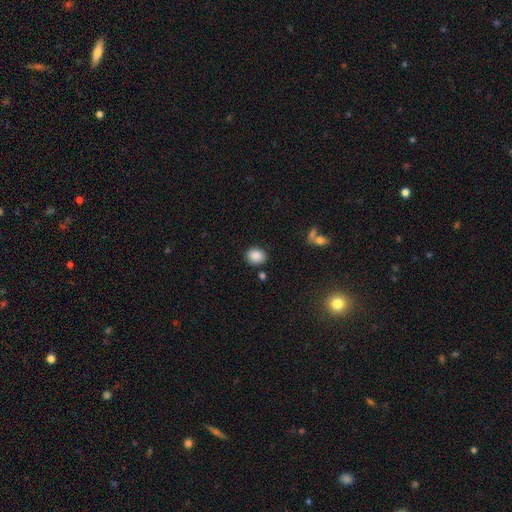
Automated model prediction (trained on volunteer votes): Overall: smooth (88%). How rounded: round (57%; in between 42%). Merging: none (84%).